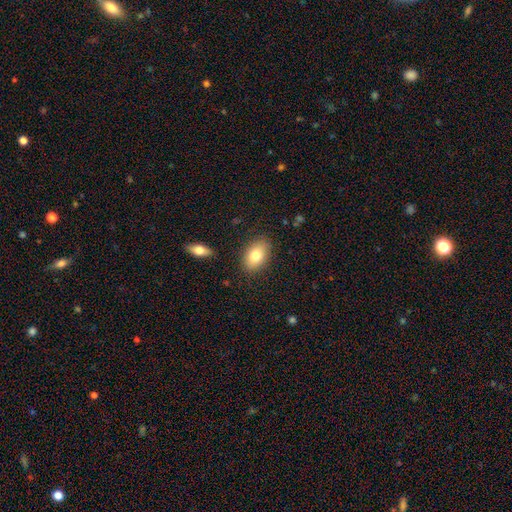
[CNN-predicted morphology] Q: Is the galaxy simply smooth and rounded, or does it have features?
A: smooth — 79%.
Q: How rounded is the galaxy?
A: in between — 89%.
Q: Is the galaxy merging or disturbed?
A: none — 86%.